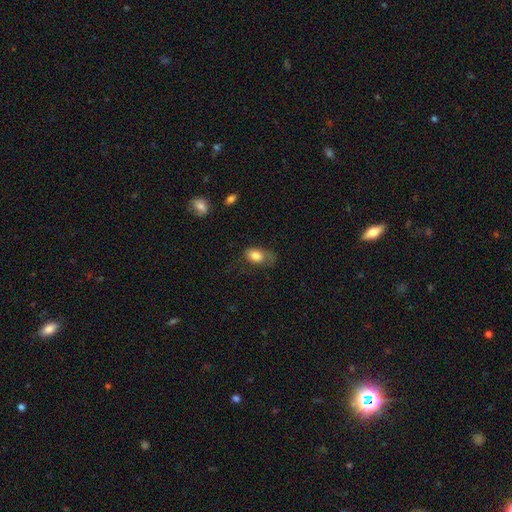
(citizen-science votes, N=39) Morphology: type=smooth (82%); roundness=in between (78%); merging=none (39%).